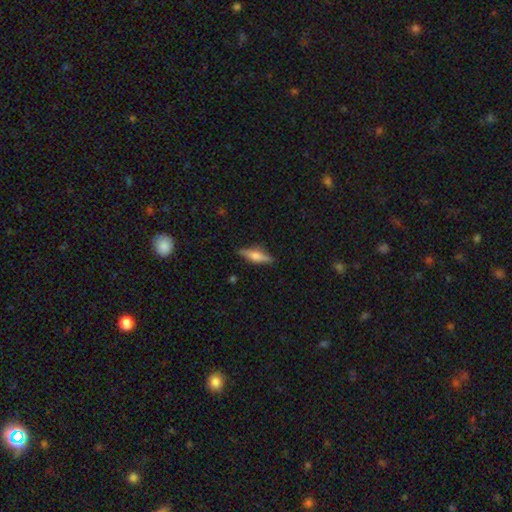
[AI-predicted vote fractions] Smooth or featured? Predicted: featured or disk (p=0.50). Edge-on disk? Predicted: yes (p=0.94). Merging? Predicted: none (p=0.85).